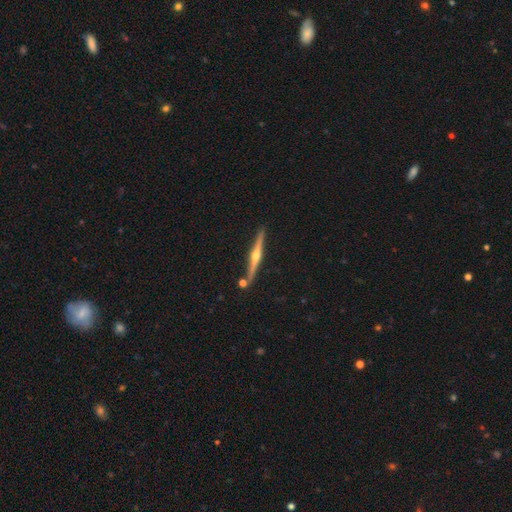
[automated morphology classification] smooth-or-featured: featured or disk: 80% | smooth: 14% | star or artifact: 5%
  disk-edge-on: yes: 98% | no: 2%
    edge-on-bulge: rounded: 92% | none: 4% | boxy: 3%
  merging: none: 87% | minor disturbance: 7% | merger: 4% | major disturbance: 2%